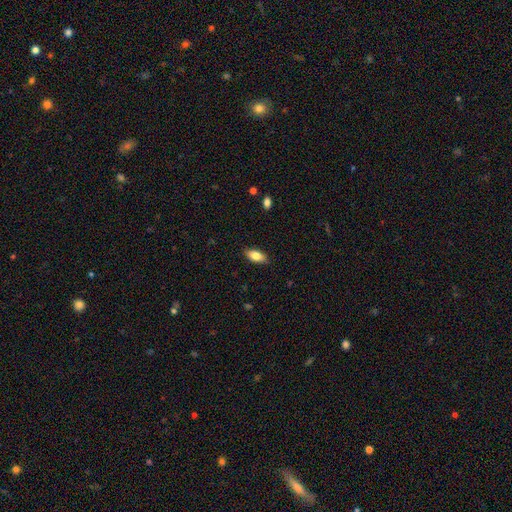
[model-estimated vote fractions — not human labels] A smooth galaxy with no disk features (83%) that is in between round and cigar-shaped (90%). Merging: none (87%).